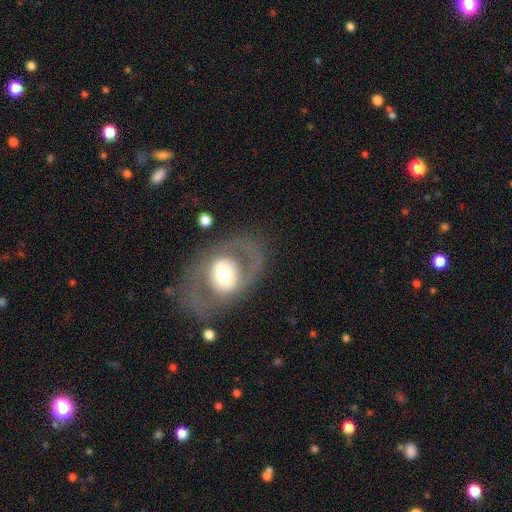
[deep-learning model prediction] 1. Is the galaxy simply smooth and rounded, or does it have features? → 71% featured or disk, 23% smooth, 7% star or artifact.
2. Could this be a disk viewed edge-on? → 94% no, 6% yes.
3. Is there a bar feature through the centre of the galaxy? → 58% no, 28% weak, 14% strong.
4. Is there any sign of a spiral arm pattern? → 53% yes, 47% no.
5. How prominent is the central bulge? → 57% moderate, 26% large, 13% small, 3% dominant, 1% none.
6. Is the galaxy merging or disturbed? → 73% none, 14% minor disturbance, 11% major disturbance, 2% merger.